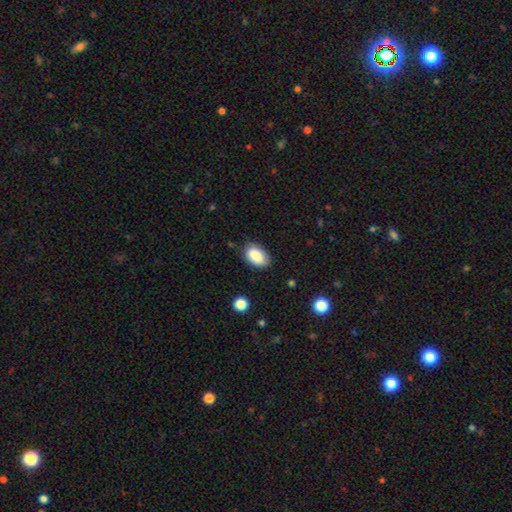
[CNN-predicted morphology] Q: Smooth or featured?
A: smooth (87%); runner-up: star or artifact (7%)
Q: How rounded?
A: in between (92%); runner-up: round (7%)
Q: Merging?
A: none (79%); runner-up: minor disturbance (16%)